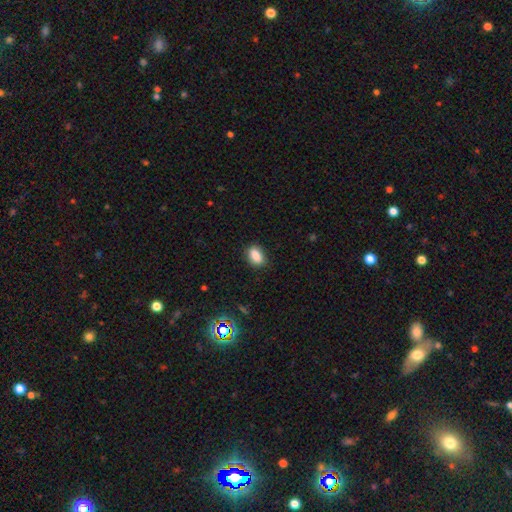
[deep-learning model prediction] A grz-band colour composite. It shows a smooth galaxy with no disk features (86%) that is in between round and cigar-shaped (86%). Merging: none (85%).